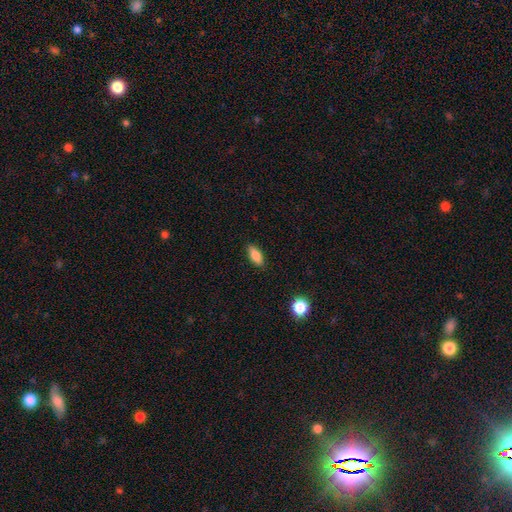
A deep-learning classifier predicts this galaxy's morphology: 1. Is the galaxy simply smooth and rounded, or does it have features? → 84% smooth, 8% featured or disk, 8% star or artifact.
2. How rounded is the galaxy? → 81% in between, 16% cigar-shaped, 3% round.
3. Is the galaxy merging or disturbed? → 87% none, 10% minor disturbance, 2% major disturbance, 1% merger.